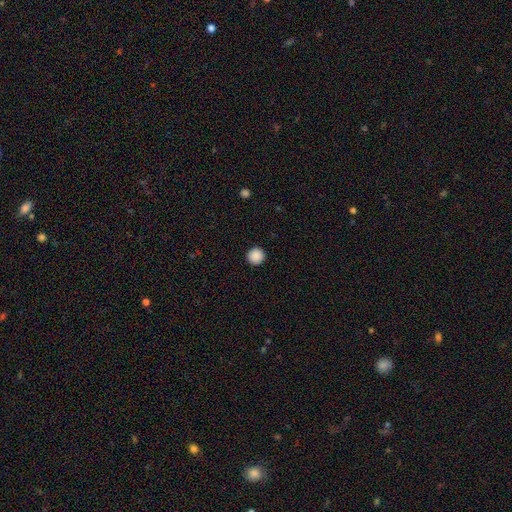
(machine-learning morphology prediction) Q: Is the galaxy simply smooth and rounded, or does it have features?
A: smooth — 89%.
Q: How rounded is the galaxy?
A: round — 96%.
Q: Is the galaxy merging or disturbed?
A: none — 93%.